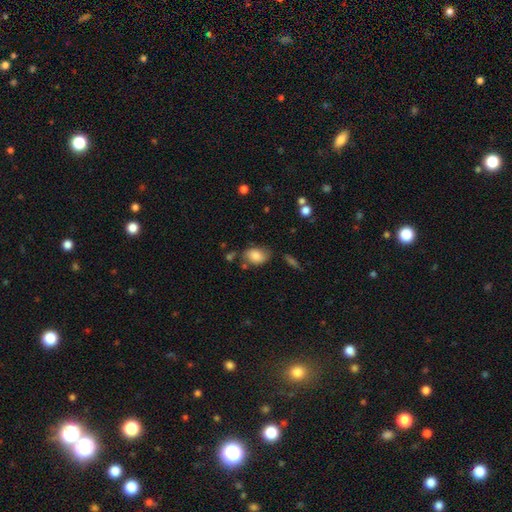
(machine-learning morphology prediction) A smooth galaxy with no disk features (79%) that is in between round and cigar-shaped (81%). Merging: none (58%).